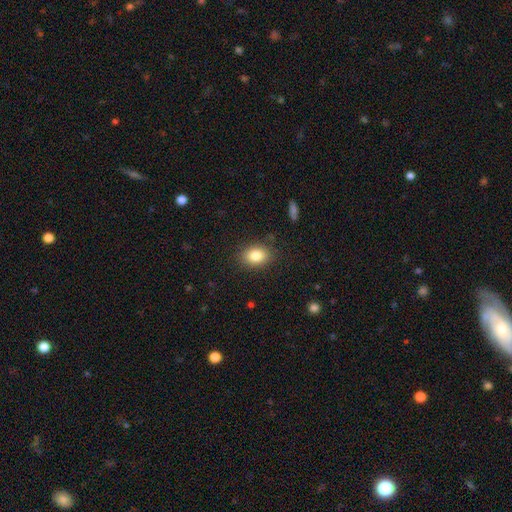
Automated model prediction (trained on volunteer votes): A smooth galaxy with no disk features (82%) that is in between round and cigar-shaped (70%).

Vote fractions:
- Smooth or featured? smooth: 82% / star or artifact: 9% / featured or disk: 8%
- How rounded? in between: 70% / round: 29% / cigar-shaped: 1%
- Merging? none: 86% / minor disturbance: 10% / major disturbance: 3% / merger: 1%